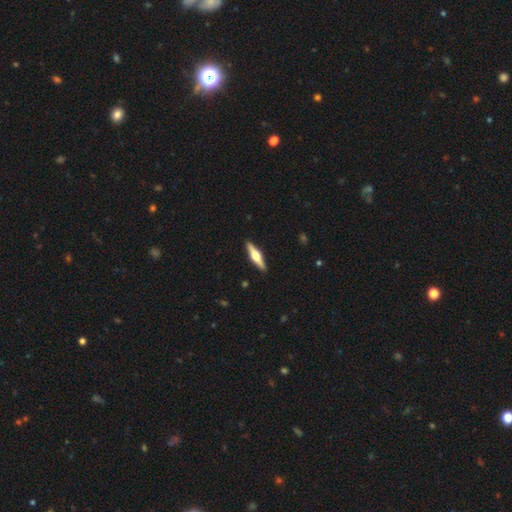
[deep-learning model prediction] Smooth or featured?
  - featured or disk: 64% *
  - smooth: 31%
  - star or artifact: 5%
Edge-on disk?
  - yes: 97% *
  - no: 3%
Edge-on bulge?
  - rounded: 94% *
  - boxy: 4%
  - none: 2%
Merging?
  - none: 91% *
  - minor disturbance: 6%
  - major disturbance: 1%
  - merger: 1%